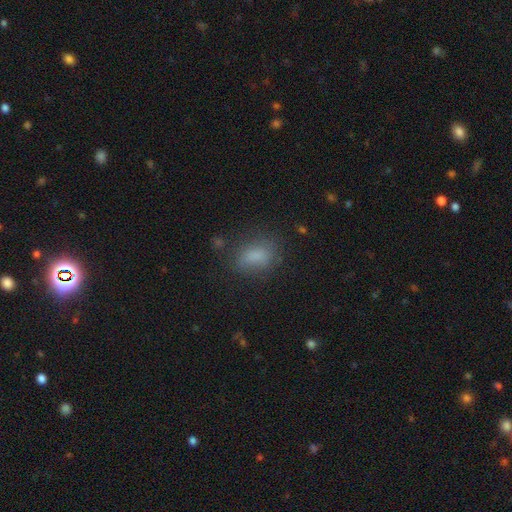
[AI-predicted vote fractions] Smooth or featured? Predicted: smooth (p=0.80). How rounded? Predicted: in between (p=0.81). Merging? Predicted: none (p=0.70).